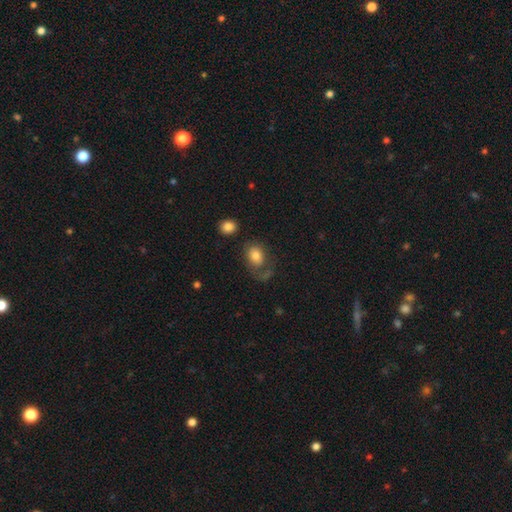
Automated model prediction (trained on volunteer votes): This is likely a smooth galaxy (72%). How rounded: likely in between (68%). Merging: marginally none (45%).